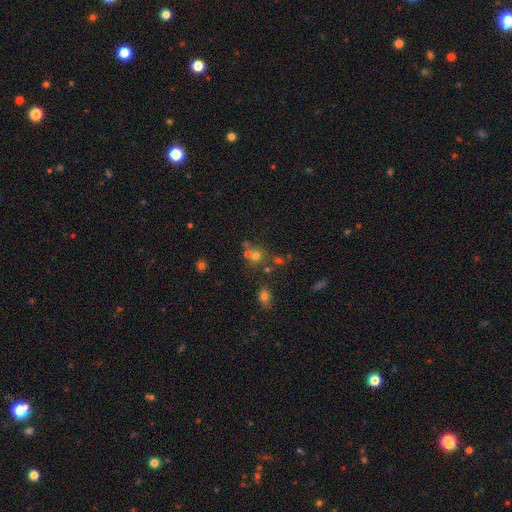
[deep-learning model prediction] smooth 61%, star or artifact 23%, featured or disk 16%. Down the decision tree: how rounded — round (81%); merging — none (49%).